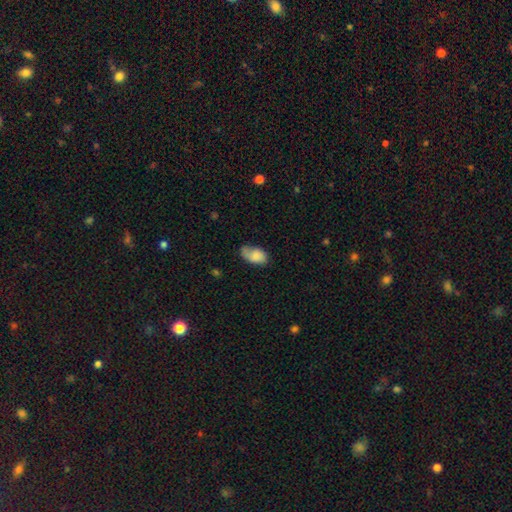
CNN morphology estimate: A smooth galaxy with no disk features (76%) that is in between round and cigar-shaped (91%).

Vote fractions:
- Smooth or featured? smooth: 76% / featured or disk: 17% / star or artifact: 7%
- How rounded? in between: 91% / round: 7% / cigar-shaped: 2%
- Merging? none: 45% / minor disturbance: 35% / major disturbance: 17% / merger: 4%